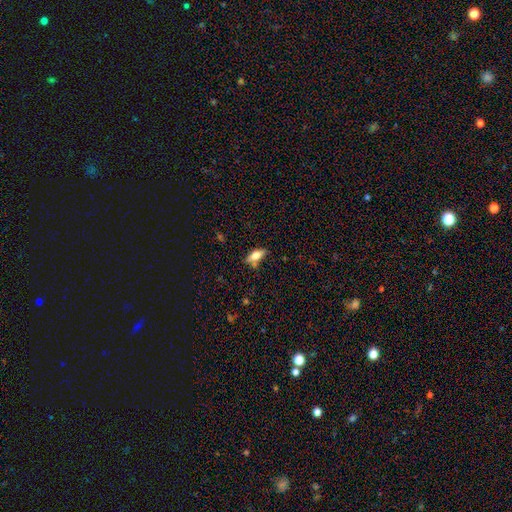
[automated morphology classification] Q: Smooth or featured?
A: smooth (62%); runner-up: featured or disk (30%)
Q: How rounded?
A: in between (77%); runner-up: cigar-shaped (20%)
Q: Merging?
A: none (64%); runner-up: minor disturbance (20%)